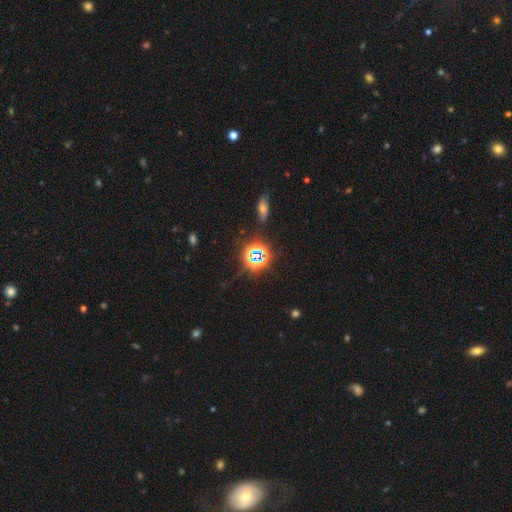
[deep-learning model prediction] Overall: star or artifact (73%).